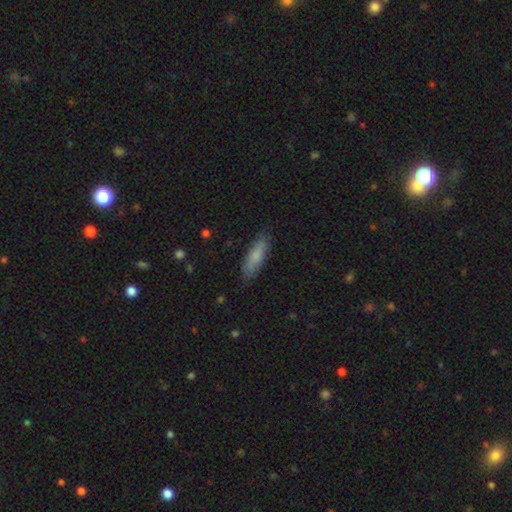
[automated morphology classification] The model was most divided on "how rounded": cigar-shaped: 56%, in between: 42%, round: 2%. More confident: merging — none (81%); smooth or featured — smooth (78%).